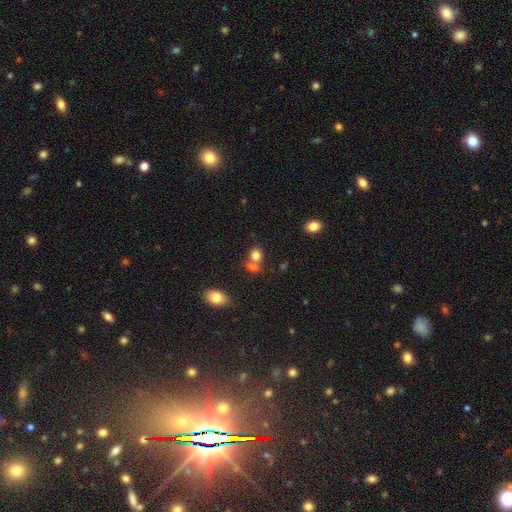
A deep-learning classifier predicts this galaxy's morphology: This is clearly a smooth galaxy (80%). How rounded: likely round (66%). Merging: possibly none (46%).